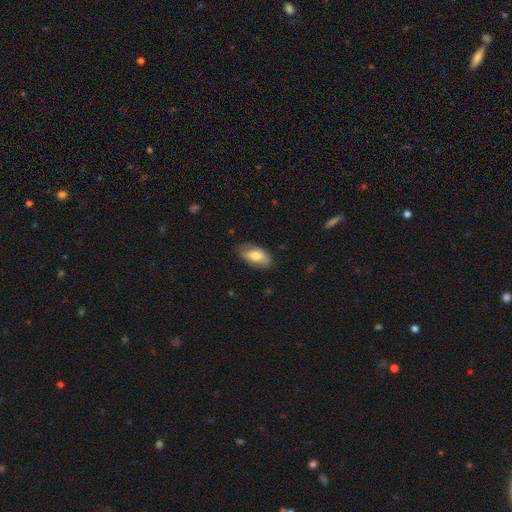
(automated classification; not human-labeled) This appears to be a smooth galaxy with no disk features (70%) that is in between round and cigar-shaped (91%). Merging: none (77%).